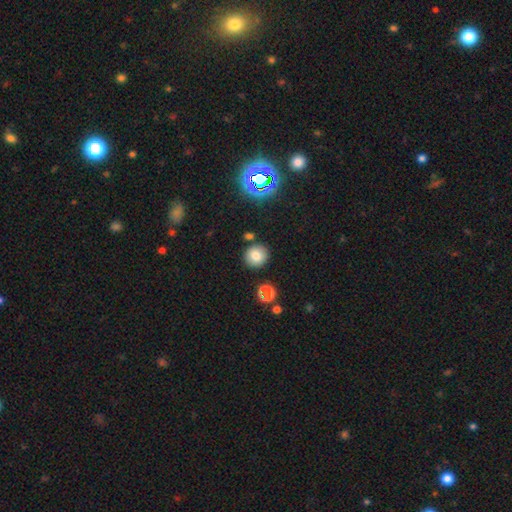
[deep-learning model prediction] A smooth galaxy with no disk features (77%) that is round (91%). Merging: none (84%).